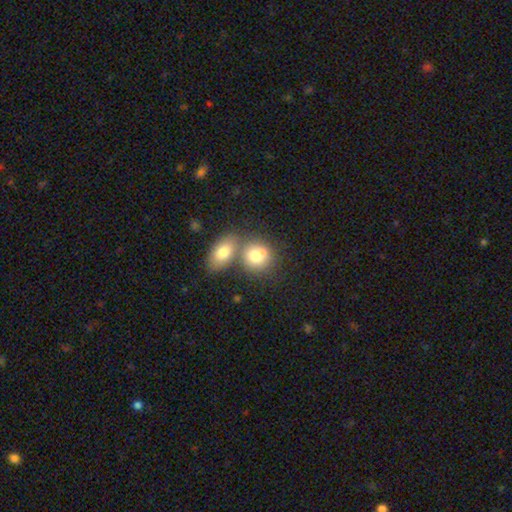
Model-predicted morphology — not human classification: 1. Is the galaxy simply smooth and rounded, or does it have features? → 75% smooth, 16% featured or disk, 9% star or artifact.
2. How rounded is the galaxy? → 66% round, 33% in between, 2% cigar-shaped.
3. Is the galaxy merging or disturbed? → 53% merger, 35% none, 9% minor disturbance, 4% major disturbance.